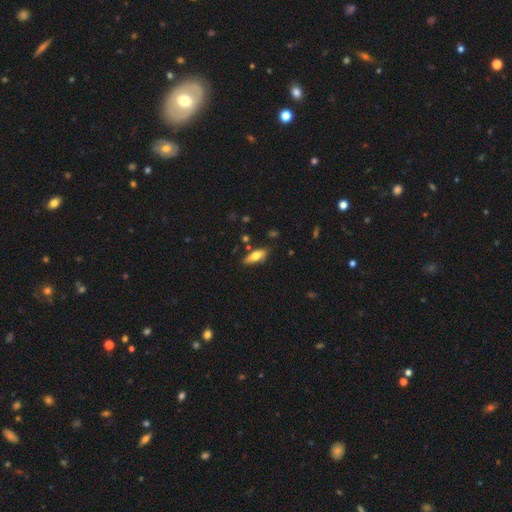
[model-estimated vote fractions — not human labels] Smooth or featured: smooth — 67% (featured or disk — 26%)
How rounded: in between — 73% (cigar-shaped — 24%)
Merging: none — 77% (minor disturbance — 16%)